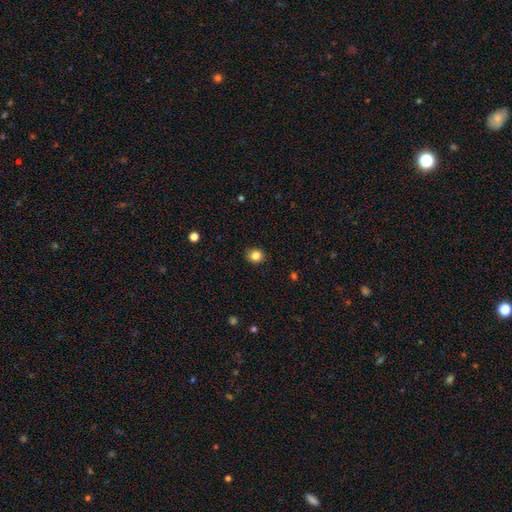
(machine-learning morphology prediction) Overall: smooth (84%). How rounded: round (73%). Merging: none (87%).